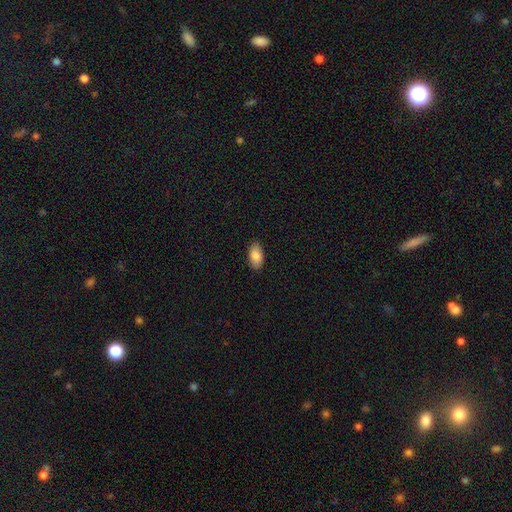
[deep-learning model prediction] This appears to be a smooth galaxy with no disk features (86%) that is in between round and cigar-shaped (94%). Merging: none (89%).